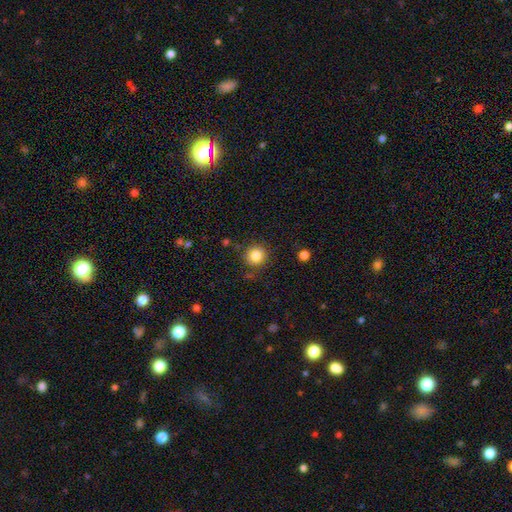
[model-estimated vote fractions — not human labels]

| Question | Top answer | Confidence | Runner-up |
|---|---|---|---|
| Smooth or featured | smooth | 85% | star or artifact (10%) |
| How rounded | round | 92% | in between (7%) |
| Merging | none | 84% | minor disturbance (10%) |